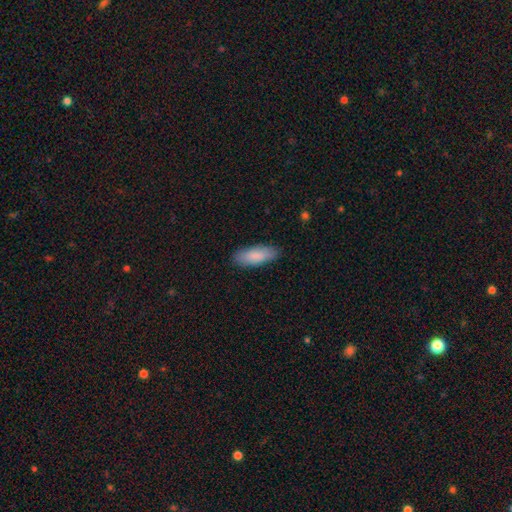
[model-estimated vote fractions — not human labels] Smooth or featured? smooth (87%)
How rounded? in between (69%)
Merging? none (85%)